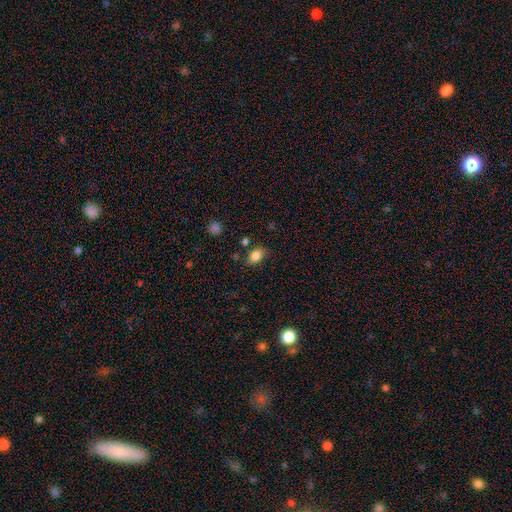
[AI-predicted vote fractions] This is clearly a smooth galaxy (84%). How rounded: likely in between (75%). Merging: likely none (79%).